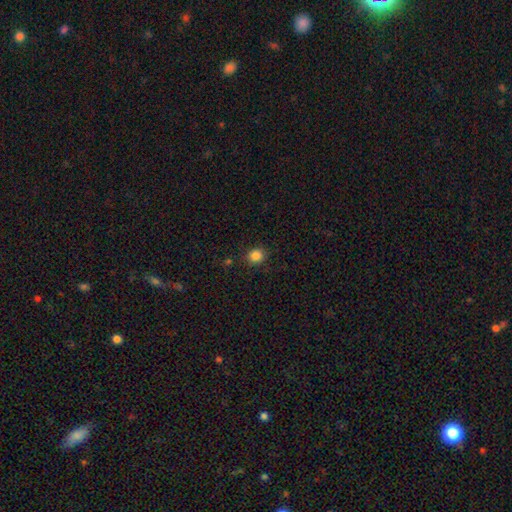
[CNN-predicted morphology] Smooth or featured?
  - smooth: 84% *
  - star or artifact: 12%
  - featured or disk: 4%
How rounded?
  - round: 82% *
  - in between: 17%
  - cigar-shaped: 1%
Merging?
  - none: 87% *
  - minor disturbance: 9%
  - major disturbance: 3%
  - merger: 2%